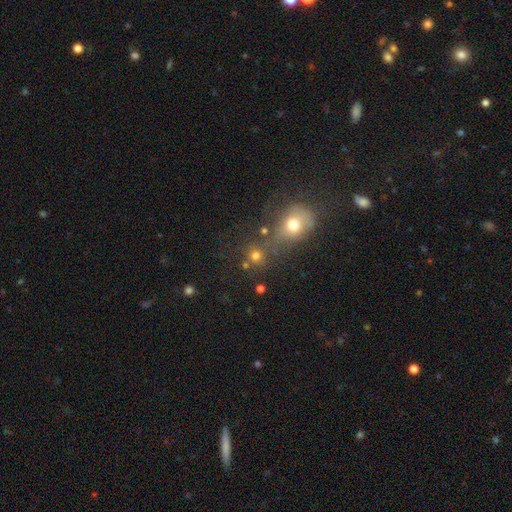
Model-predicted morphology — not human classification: Smooth or featured? Predicted: smooth (p=0.73). How rounded? Predicted: round (p=0.86). Merging? Predicted: none (p=0.63).